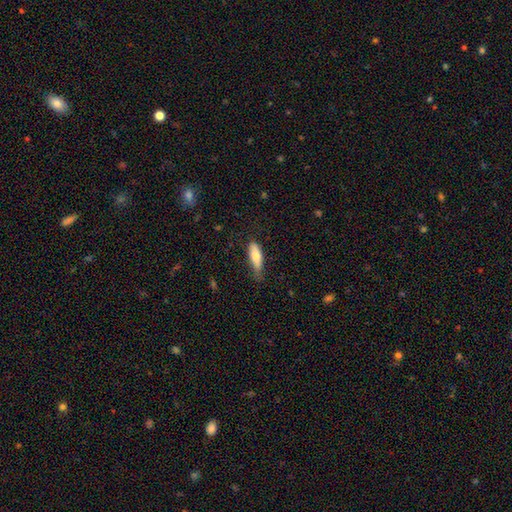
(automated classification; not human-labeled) Smooth or featured? smooth (79%)
How rounded? in between (52%)
Merging? none (50%)